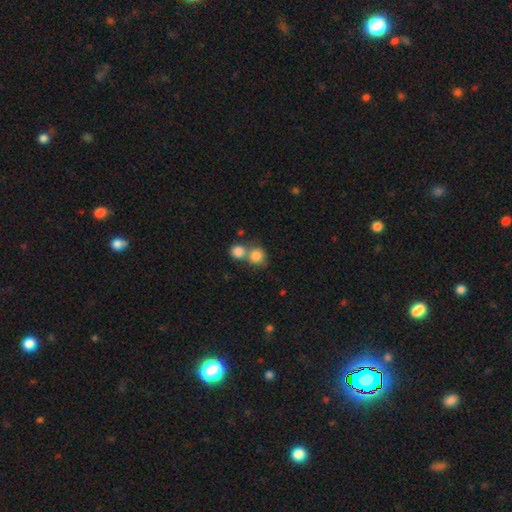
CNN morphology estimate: A smooth galaxy with no disk features (84%) that is round (84%). Merging: merger (50%).